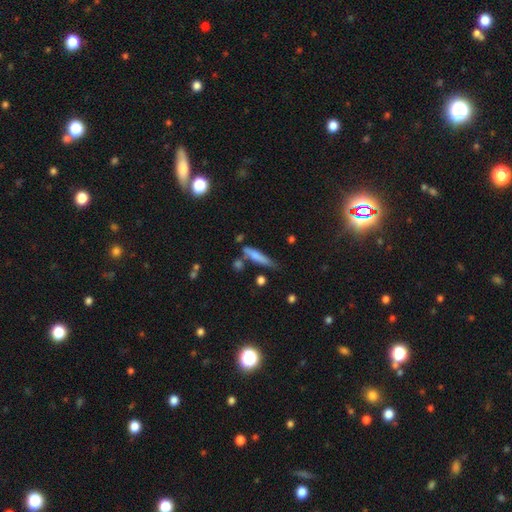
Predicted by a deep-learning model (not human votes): Overall: smooth (68%). How rounded: cigar-shaped (84%). Merging: none (58%; minor disturbance 24%).